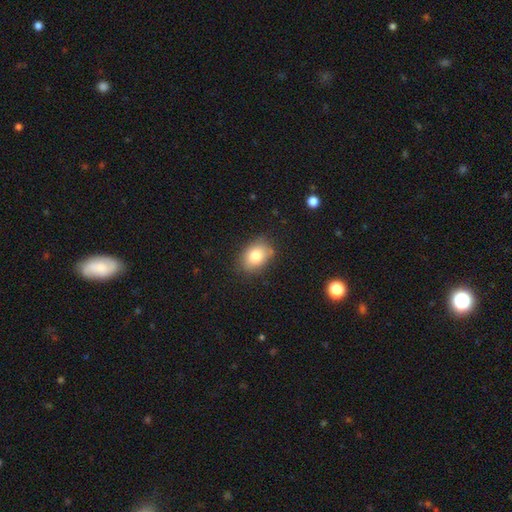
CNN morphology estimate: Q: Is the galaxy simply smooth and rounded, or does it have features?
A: smooth — 79%.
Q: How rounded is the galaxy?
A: in between — 69%.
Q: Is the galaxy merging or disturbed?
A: none — 79%.